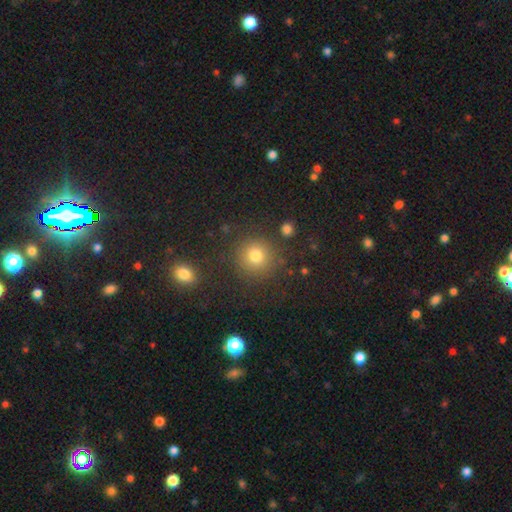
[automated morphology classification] This appears to be a smooth galaxy with no disk features (78%) that is round (92%). Merging: none (85%).